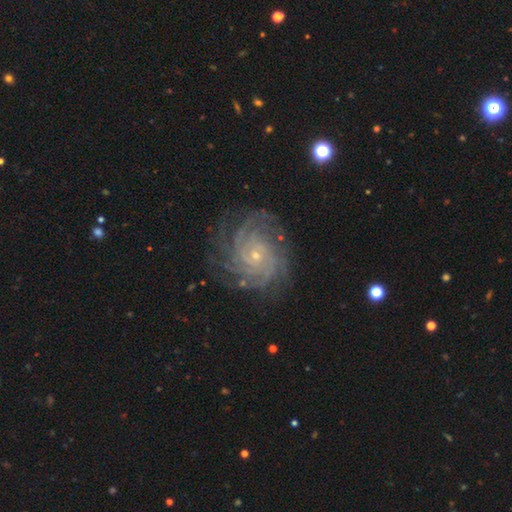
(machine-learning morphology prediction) Smooth or featured: featured or disk — 88% (star or artifact — 7%)
Edge-on disk: no — 97% (yes — 3%)
Bar: no — 76% (weak — 19%)
Spiral arms: yes — 98% (no — 2%)
Spiral winding: tight — 76% (medium — 21%)
Spiral arm count: more than 4 — 26% (4 — 25%)
Bulge size: small — 83% (moderate — 13%)
Merging: none — 79% (minor disturbance — 14%)